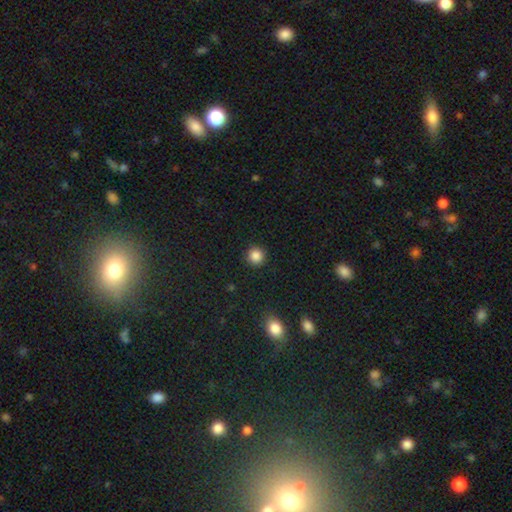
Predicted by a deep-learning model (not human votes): Smooth or featured?
  - smooth: 86% *
  - star or artifact: 11%
  - featured or disk: 3%
How rounded?
  - round: 94% *
  - in between: 5%
  - cigar-shaped: 1%
Merging?
  - none: 91% *
  - minor disturbance: 6%
  - major disturbance: 2%
  - merger: 1%